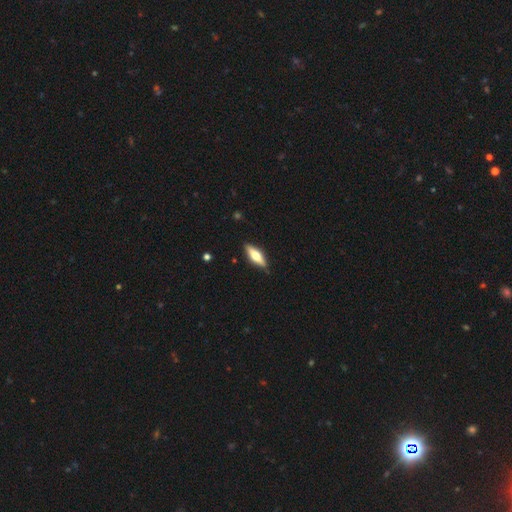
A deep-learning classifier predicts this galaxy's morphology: smooth_or_featured: smooth (p=0.50) [alt: featured or disk p=0.45]
merging: none (p=0.87) [alt: minor disturbance p=0.10]